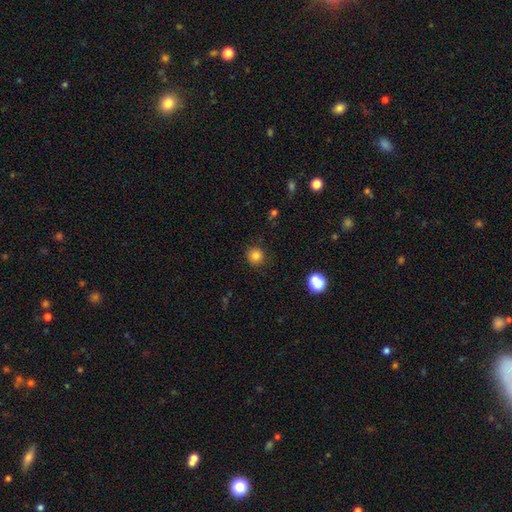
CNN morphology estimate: Smooth or featured: smooth — 83% (star or artifact — 12%)
How rounded: round — 93% (in between — 7%)
Merging: none — 89% (minor disturbance — 8%)